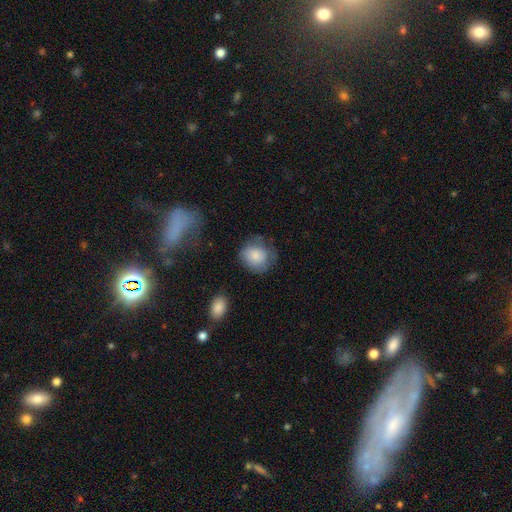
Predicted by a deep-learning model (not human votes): This is clearly a smooth galaxy (81%). How rounded: likely round (75%). Merging: likely none (61%).